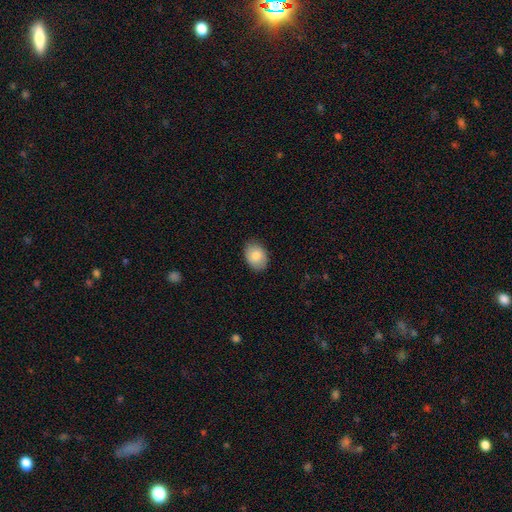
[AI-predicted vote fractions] This is clearly a smooth galaxy (83%). How rounded: likely in between (70%). Merging: clearly none (86%).